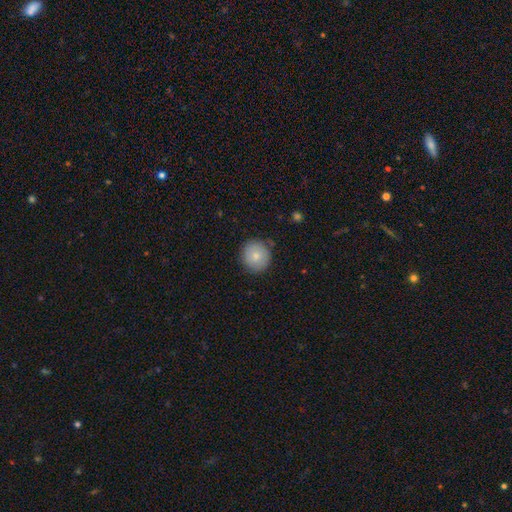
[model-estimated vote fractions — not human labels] smooth_or_featured: smooth (p=0.80) [alt: featured or disk p=0.12]
how_rounded: round (p=0.92) [alt: in between p=0.07]
merging: none (p=0.85) [alt: minor disturbance p=0.11]